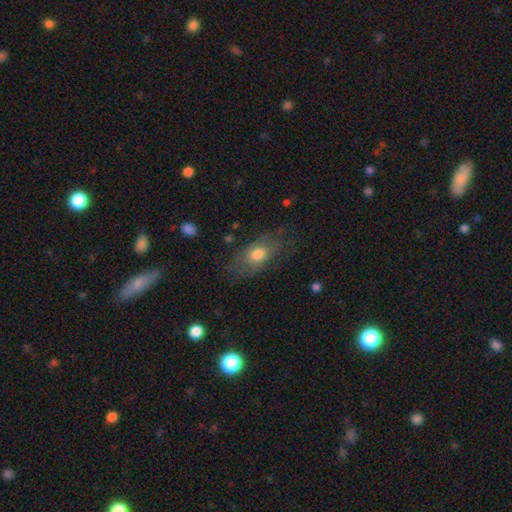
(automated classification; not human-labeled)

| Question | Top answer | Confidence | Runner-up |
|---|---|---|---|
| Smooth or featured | smooth | 51% | featured or disk (30%) |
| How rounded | in between | 75% | round (16%) |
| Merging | none | 76% | minor disturbance (16%) |